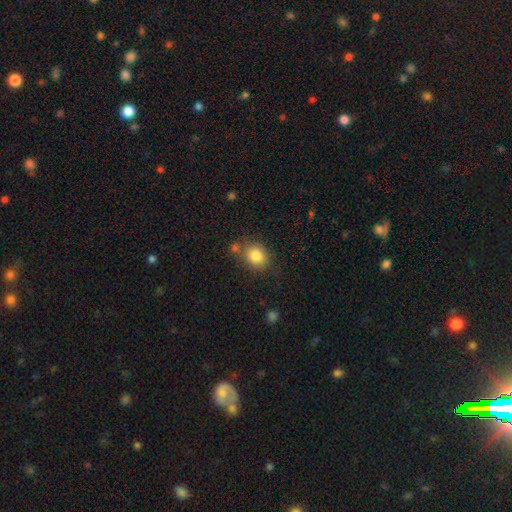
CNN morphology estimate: Q: Smooth or featured?
A: smooth (82%); runner-up: star or artifact (10%)
Q: How rounded?
A: round (64%); runner-up: in between (35%)
Q: Merging?
A: none (71%); runner-up: minor disturbance (14%)